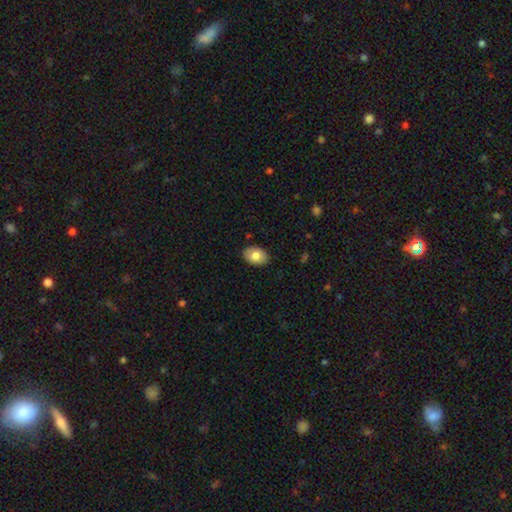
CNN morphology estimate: Q: Smooth or featured?
A: smooth (78%); runner-up: featured or disk (15%)
Q: How rounded?
A: in between (85%); runner-up: round (14%)
Q: Merging?
A: none (86%); runner-up: minor disturbance (11%)